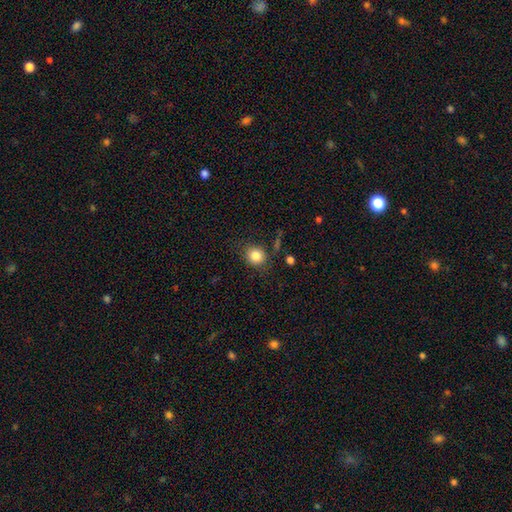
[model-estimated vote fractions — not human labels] smooth-or-featured: smooth: 83% | star or artifact: 10% | featured or disk: 6%
  how-rounded: round: 81% | in between: 18% | cigar-shaped: 1%
  merging: none: 80% | minor disturbance: 12% | major disturbance: 4% | merger: 3%